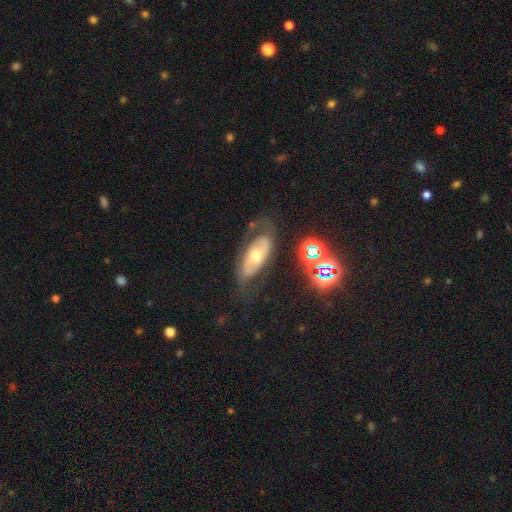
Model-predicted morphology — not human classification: Smooth or featured? featured or disk (68%)
Edge-on disk? no (89%)
Bar? no (69%)
Spiral arms? yes (62%)
Bulge size? moderate (69%)
Merging? none (63%)